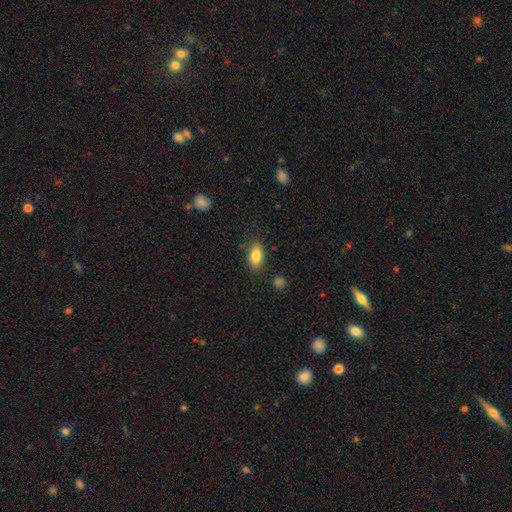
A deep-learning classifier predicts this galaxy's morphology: smooth 85%, featured or disk 8%, star or artifact 8%. Down the decision tree: how rounded — in between (90%); merging — none (80%).